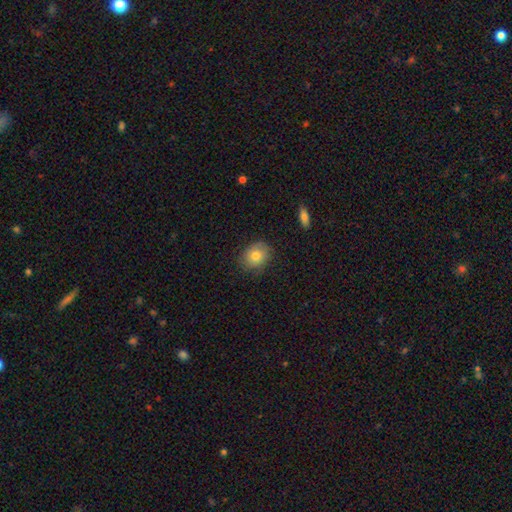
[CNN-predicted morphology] Smooth or featured?
  - smooth: 73% *
  - featured or disk: 18%
  - star or artifact: 9%
How rounded?
  - round: 56% *
  - in between: 43%
  - cigar-shaped: 1%
Merging?
  - none: 77% *
  - minor disturbance: 18%
  - major disturbance: 4%
  - merger: 1%